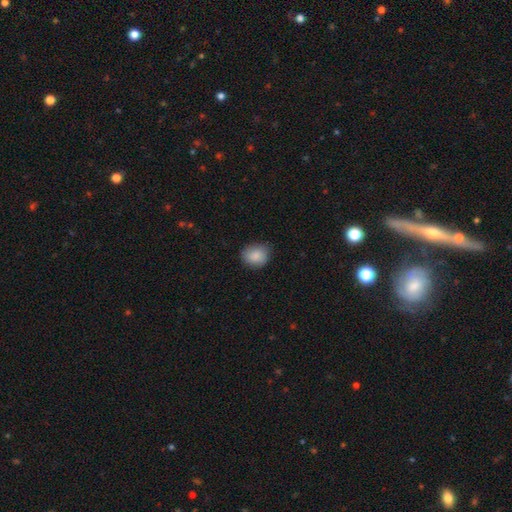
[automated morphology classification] Smooth or featured?
  - smooth: 87% *
  - star or artifact: 7%
  - featured or disk: 5%
How rounded?
  - round: 64% *
  - in between: 35%
  - cigar-shaped: 1%
Merging?
  - none: 79% *
  - minor disturbance: 17%
  - major disturbance: 3%
  - merger: 1%